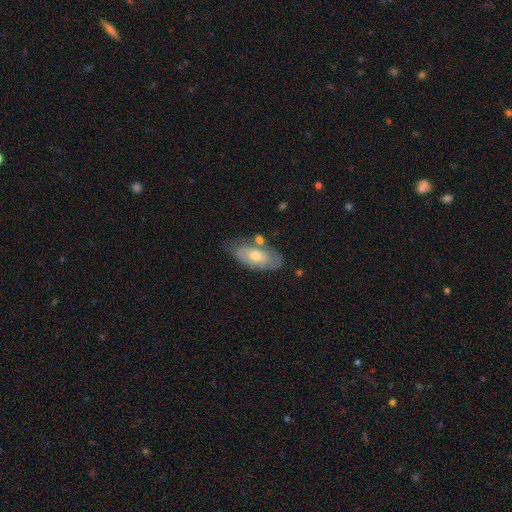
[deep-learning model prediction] Smooth or featured?
  - smooth: 50% *
  - featured or disk: 44%
  - star or artifact: 6%
Merging?
  - none: 60% *
  - minor disturbance: 22%
  - merger: 12%
  - major disturbance: 7%